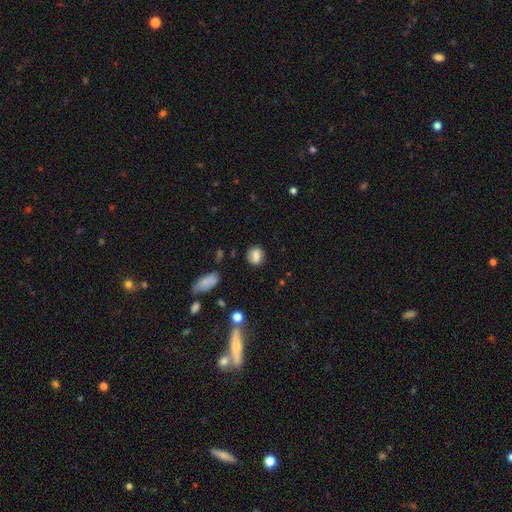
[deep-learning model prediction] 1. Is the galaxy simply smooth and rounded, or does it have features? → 73% smooth, 18% featured or disk, 9% star or artifact.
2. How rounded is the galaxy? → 55% round, 43% in between, 2% cigar-shaped.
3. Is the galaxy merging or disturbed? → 76% none, 15% minor disturbance, 5% major disturbance, 4% merger.